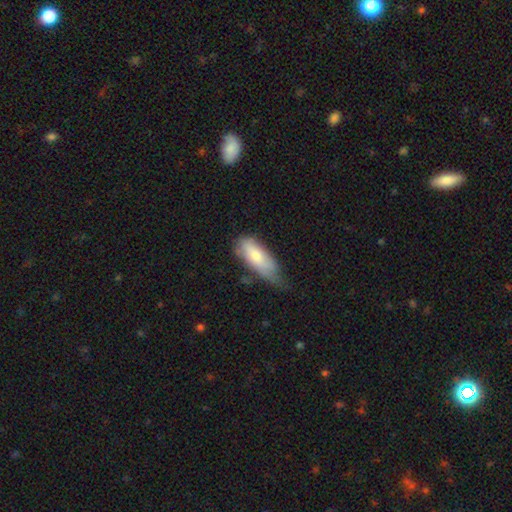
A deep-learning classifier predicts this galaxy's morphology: smooth-or-featured: smooth: 70% | featured or disk: 24% | star or artifact: 6%
  how-rounded: in between: 75% | cigar-shaped: 23% | round: 2%
  merging: minor disturbance: 47% | none: 33% | major disturbance: 17% | merger: 3%